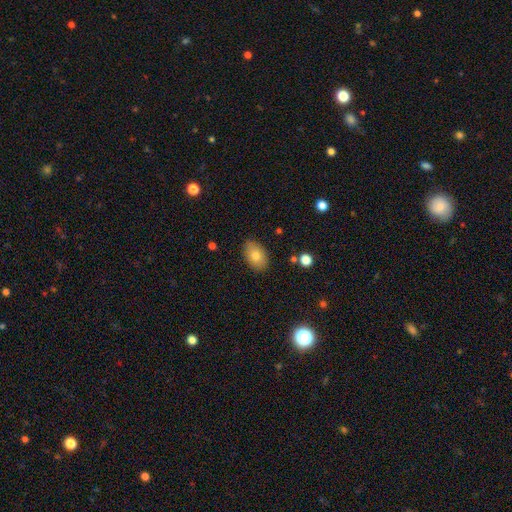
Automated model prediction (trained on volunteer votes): Overall: smooth (78%). How rounded: in between (88%). Merging: none (82%).